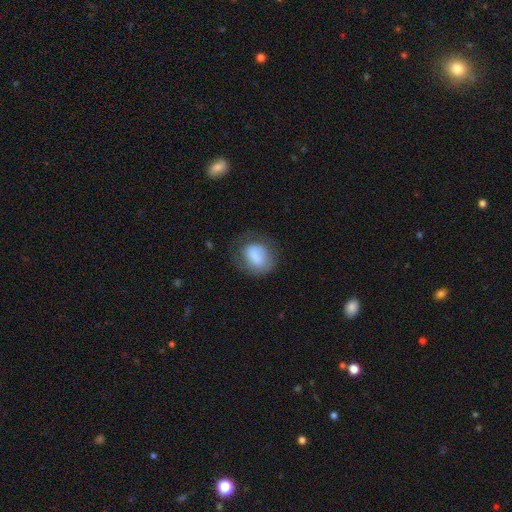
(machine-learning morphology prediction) A smooth galaxy with no disk features (77%) that is in between round and cigar-shaped (56%). Merging: none (59%).